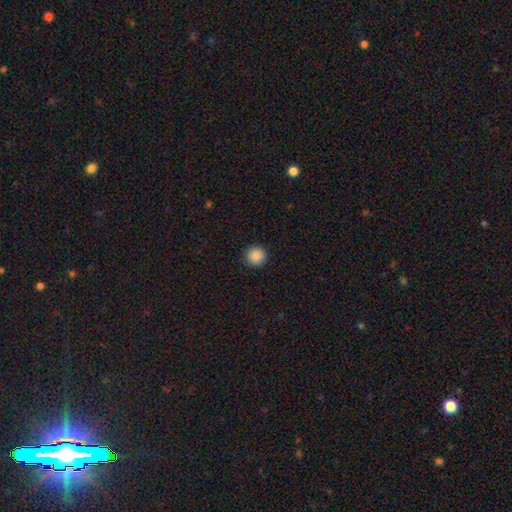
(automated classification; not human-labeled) smooth 88%, star or artifact 9%, featured or disk 2%. Down the decision tree: how rounded — round (95%); merging — none (93%).